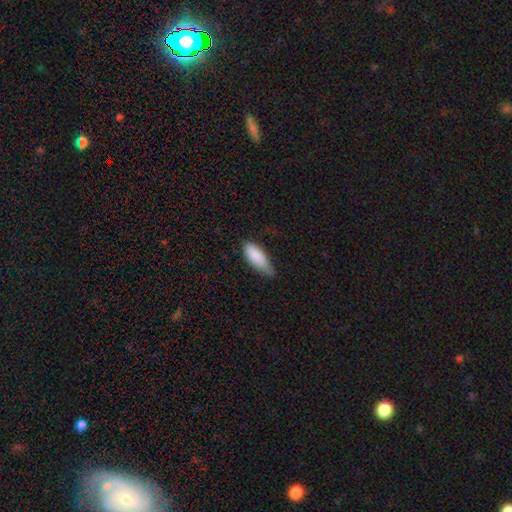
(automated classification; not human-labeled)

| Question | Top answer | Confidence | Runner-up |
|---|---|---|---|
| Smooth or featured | smooth | 86% | featured or disk (7%) |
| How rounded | in between | 78% | cigar-shaped (20%) |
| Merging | minor disturbance | 45% | tied: none (45%) |